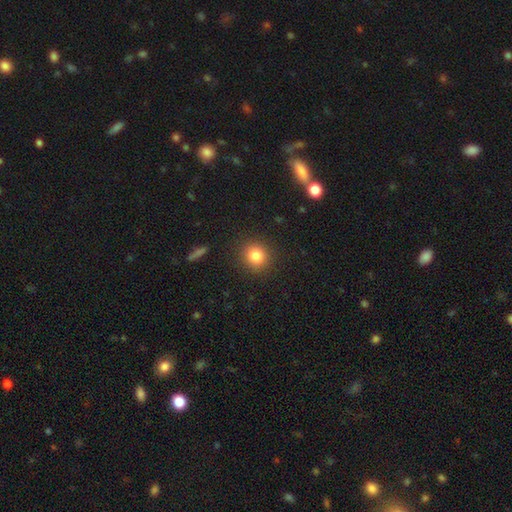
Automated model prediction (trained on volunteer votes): Smooth or featured: smooth — 83% (star or artifact — 11%)
How rounded: round — 87% (in between — 12%)
Merging: none — 90% (minor disturbance — 7%)